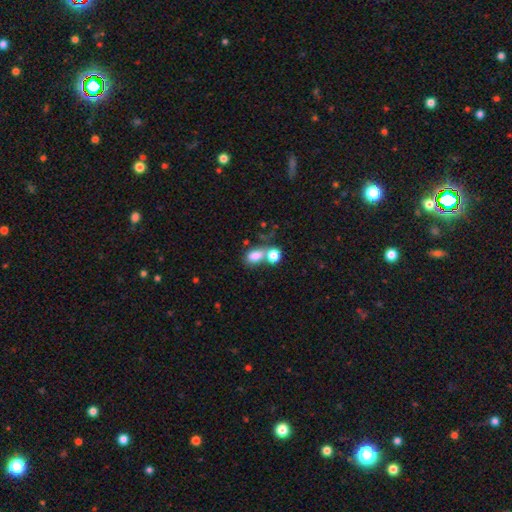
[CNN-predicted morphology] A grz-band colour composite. It shows a smooth galaxy with no disk features (80%) that is in between round and cigar-shaped (76%). Merging: merger (45%).